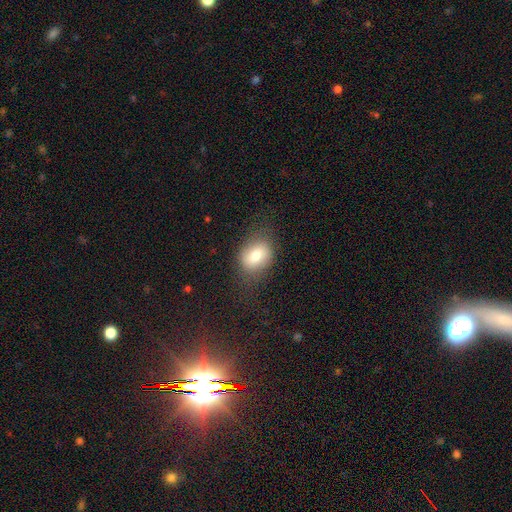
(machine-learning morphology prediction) Overall: smooth (77%). How rounded: in between (69%). Merging: none (70%).